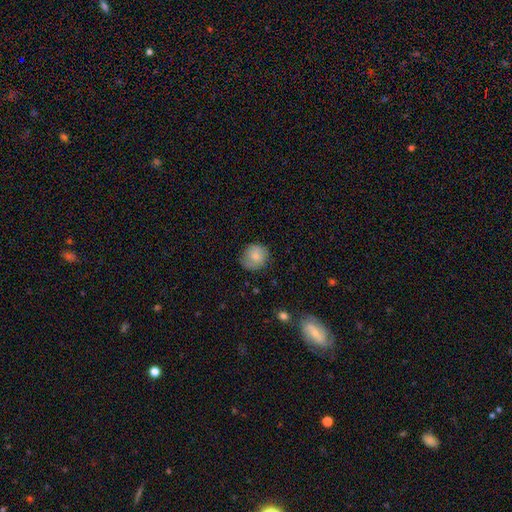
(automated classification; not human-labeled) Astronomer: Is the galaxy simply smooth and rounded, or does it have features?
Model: smooth — 79%.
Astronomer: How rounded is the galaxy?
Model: round — 87%.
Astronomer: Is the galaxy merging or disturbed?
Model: none — 74%.